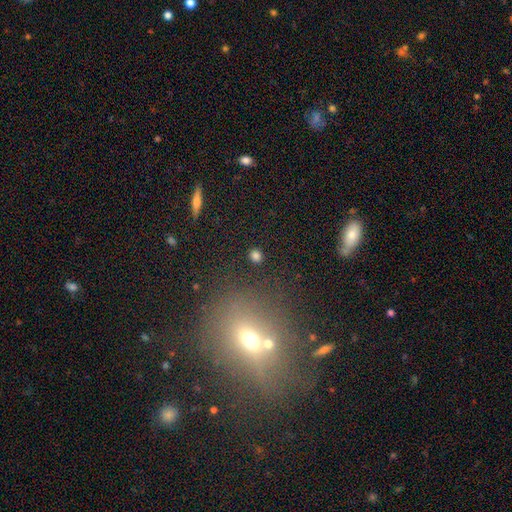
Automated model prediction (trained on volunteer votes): Morphology: type=smooth (82%); roundness=round (85%); merging=none (90%).